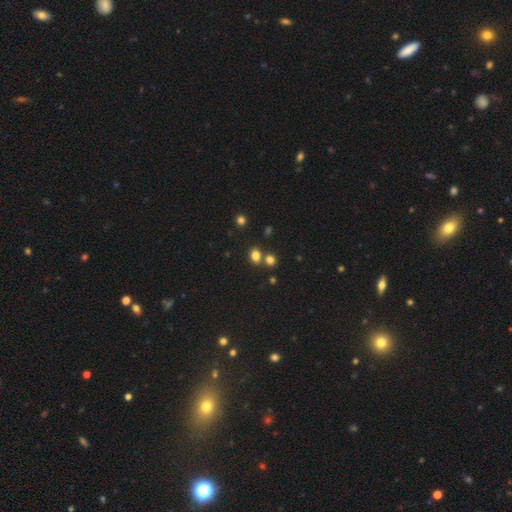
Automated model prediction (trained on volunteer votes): smooth 78%, star or artifact 15%, featured or disk 6%. Down the decision tree: how rounded — round (51%); merging — none (62%).